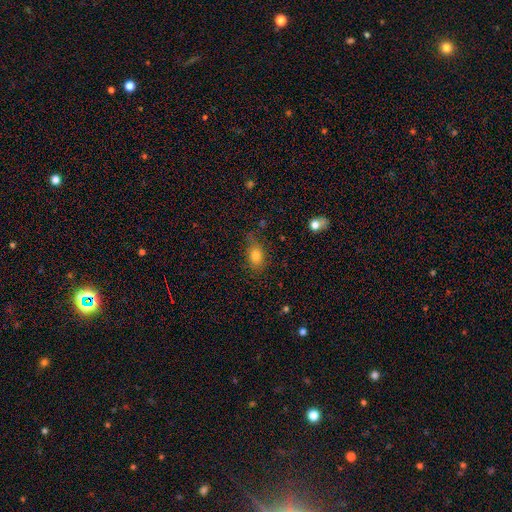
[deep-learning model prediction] Overall: smooth (80%). How rounded: in between (75%). Merging: none (66%).